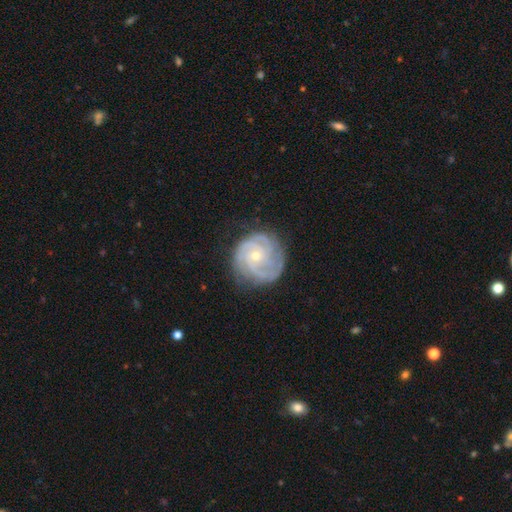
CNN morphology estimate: Overall: featured or disk (88%). Edge-on disk: no (98%). Bar: no (75%). Spiral arms: yes (98%). Spiral arm count: 3 (41%; 2 17%). Spiral winding: tight (70%). Bulge size: small (70%). Merging: none (78%).